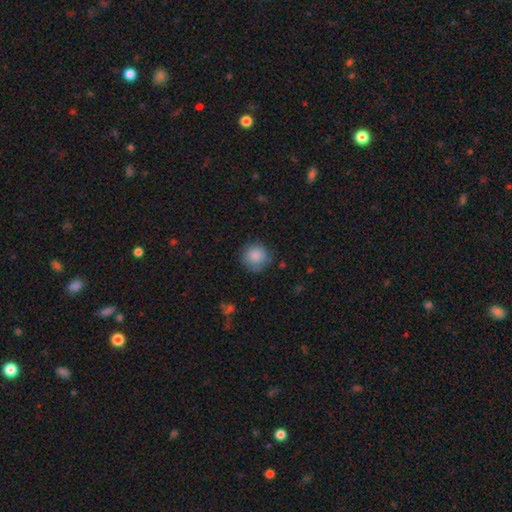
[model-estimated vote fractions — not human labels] A smooth galaxy with no disk features (86%) that is round (92%).

Vote fractions:
- Smooth or featured? smooth: 86% / star or artifact: 8% / featured or disk: 6%
- How rounded? round: 92% / in between: 7% / cigar-shaped: 1%
- Merging? none: 76% / minor disturbance: 17% / major disturbance: 5% / merger: 2%